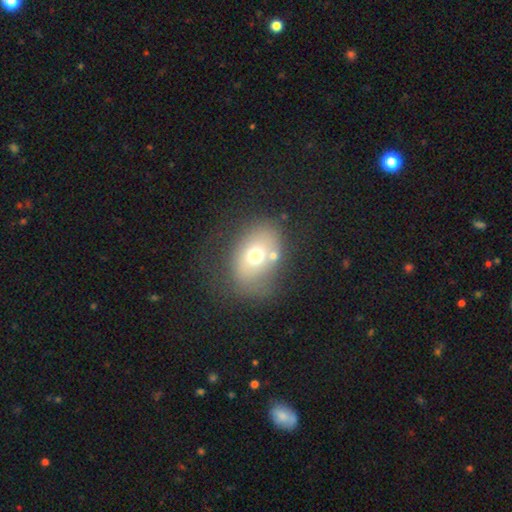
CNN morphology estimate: This appears to be a smooth galaxy with no disk features (63%) that is in between round and cigar-shaped (65%). Merging: none (55%).